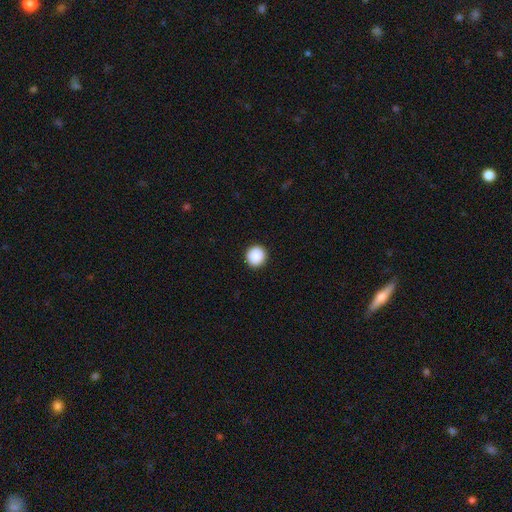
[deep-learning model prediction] This appears to be a smooth galaxy with no disk features (90%) that is round (95%). Merging: none (93%).